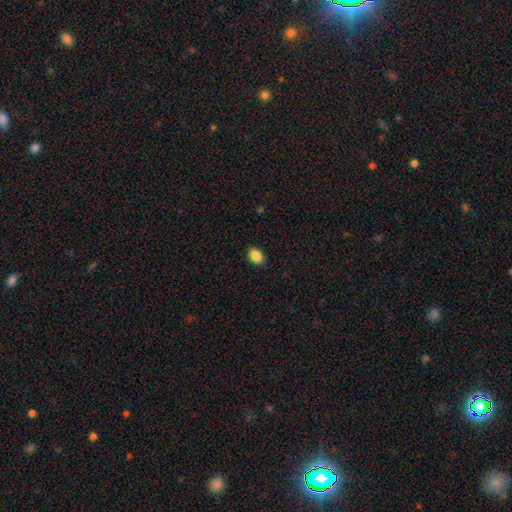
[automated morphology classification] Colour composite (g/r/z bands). It shows a smooth galaxy with no disk features (87%) that is in between round and cigar-shaped (68%). Merging: none (84%).